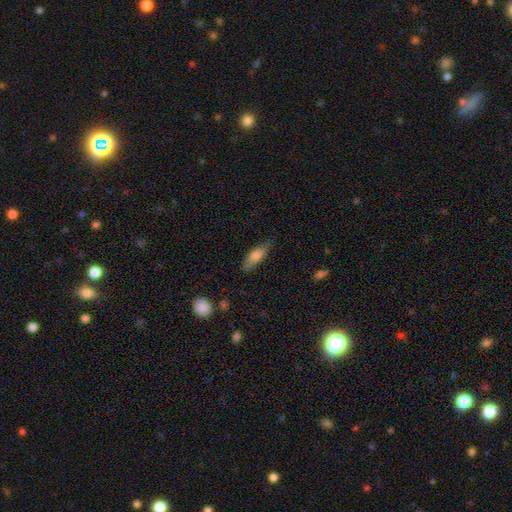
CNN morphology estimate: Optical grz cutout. It shows a smooth galaxy with no disk features (69%) that is in between round and cigar-shaped (53%). Merging: none (73%).